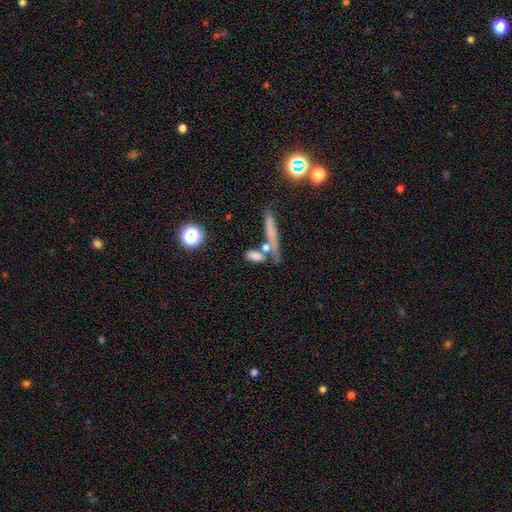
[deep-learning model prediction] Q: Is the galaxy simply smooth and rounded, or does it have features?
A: smooth — 75%.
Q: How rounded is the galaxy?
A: in between — 59%.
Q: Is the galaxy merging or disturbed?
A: none — 51%.